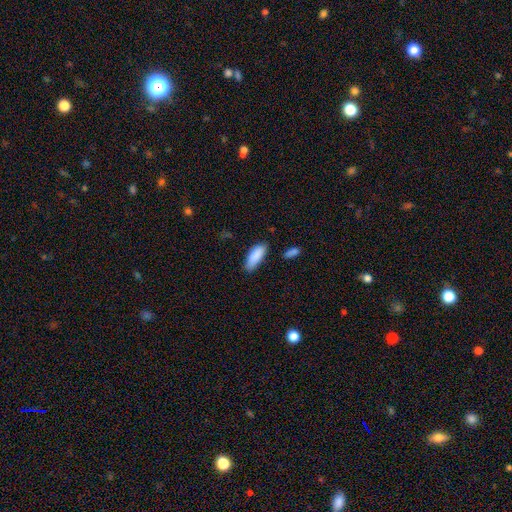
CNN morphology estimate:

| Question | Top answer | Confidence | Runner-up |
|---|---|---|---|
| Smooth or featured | smooth | 89% | star or artifact (6%) |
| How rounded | in between | 74% | cigar-shaped (24%) |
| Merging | none | 73% | minor disturbance (20%) |